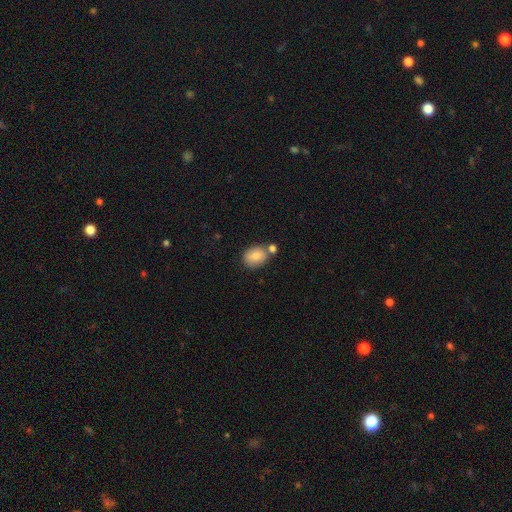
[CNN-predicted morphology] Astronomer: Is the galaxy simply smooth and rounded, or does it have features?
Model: smooth — 81%.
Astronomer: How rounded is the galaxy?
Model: in between — 61% (runner-up: round, 38%).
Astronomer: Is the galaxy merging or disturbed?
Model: none — 60%.